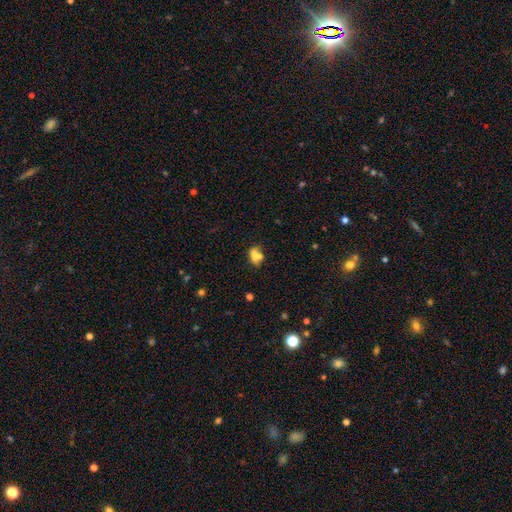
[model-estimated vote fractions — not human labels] Smooth or featured? smooth (67%)
How rounded? in between (69%)
Merging? none (41%)